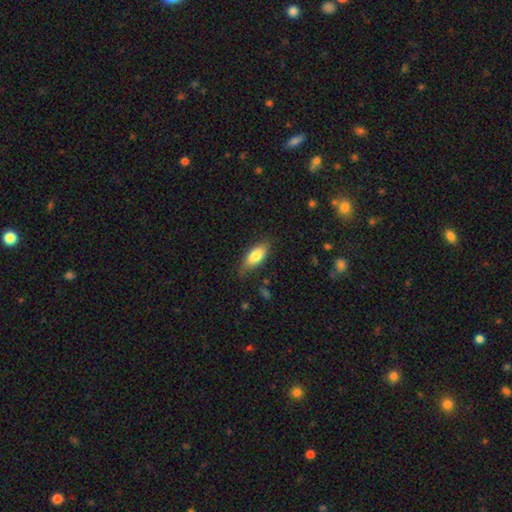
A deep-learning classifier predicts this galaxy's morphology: smooth_or_featured: smooth (p=0.80) [alt: featured or disk p=0.13]
how_rounded: in between (p=0.84) [alt: cigar-shaped p=0.13]
merging: none (p=0.73) [alt: minor disturbance p=0.21]